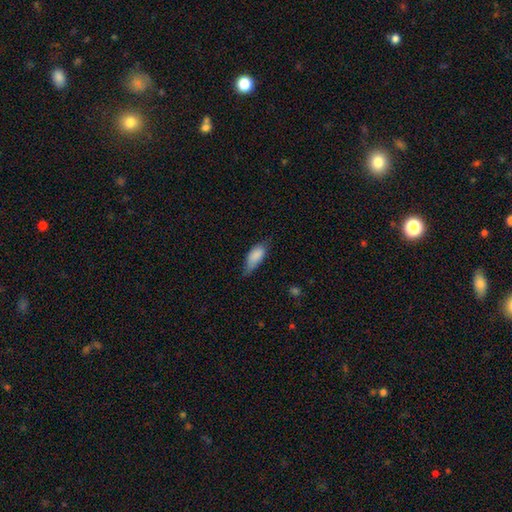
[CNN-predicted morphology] type=smooth (84%); roundness=in between (82%); merging=none (49%).